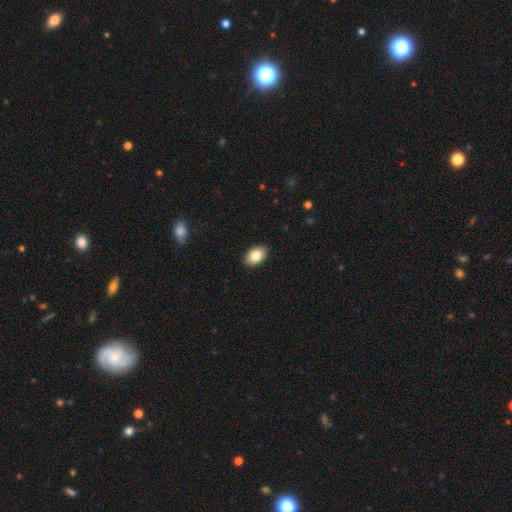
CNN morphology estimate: A smooth galaxy with no disk features (84%) that is in between round and cigar-shaped (89%). Merging: none (90%).